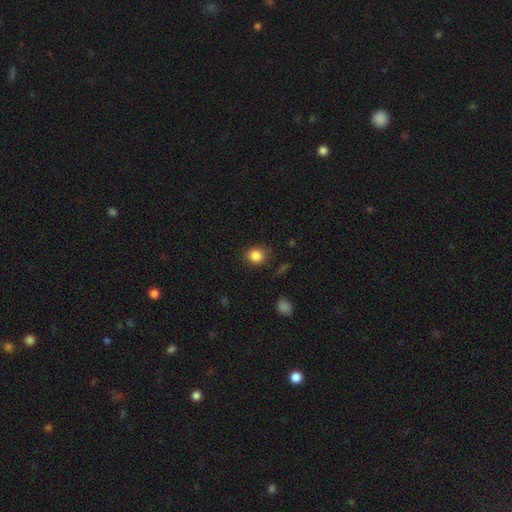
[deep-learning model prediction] Smooth or featured? smooth (86%)
How rounded? round (70%)
Merging? none (82%)